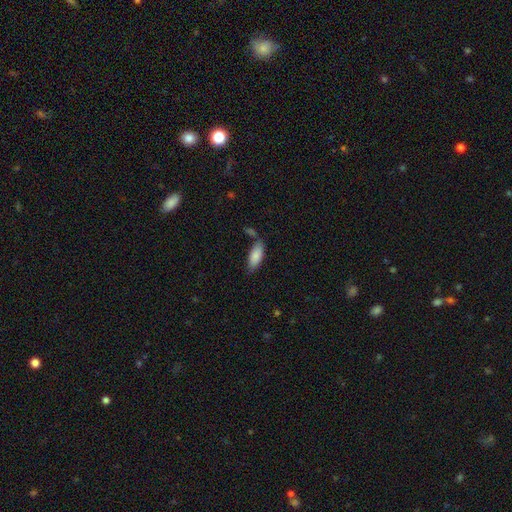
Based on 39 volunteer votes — Smooth or featured? smooth (90%)
How rounded? in between (69%)
Merging? none (42%)